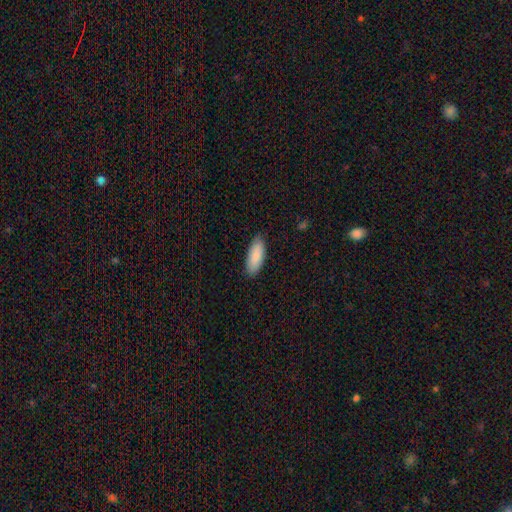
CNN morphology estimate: smooth-or-featured: smooth: 88% | featured or disk: 6% | star or artifact: 5%
  how-rounded: in between: 79% | cigar-shaped: 19% | round: 2%
  merging: none: 86% | minor disturbance: 11% | major disturbance: 2% | merger: 1%